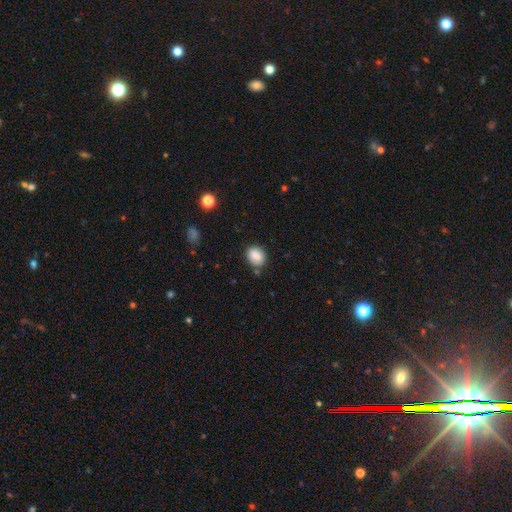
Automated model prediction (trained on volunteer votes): Smooth or featured: smooth — 87% (star or artifact — 8%)
How rounded: in between — 58% (round — 41%)
Merging: none — 78% (minor disturbance — 15%)